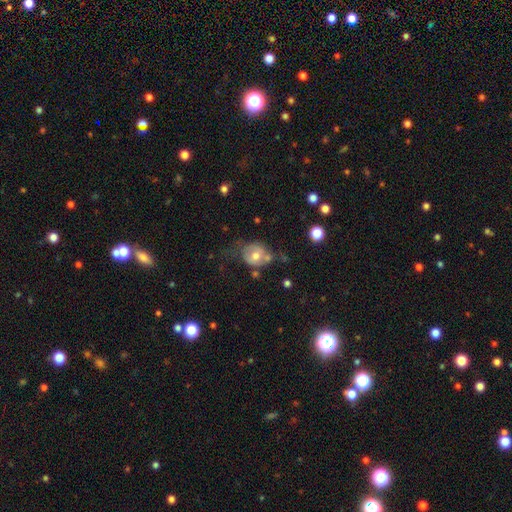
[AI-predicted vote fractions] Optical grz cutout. It shows a smooth galaxy with no disk features (58%) that is round (64%). Merging: none (36%).